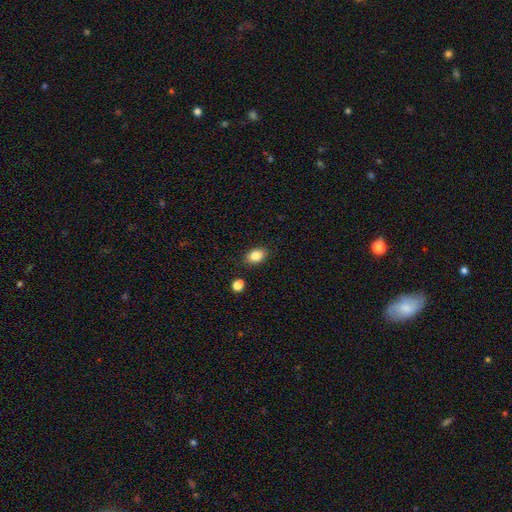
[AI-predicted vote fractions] Smooth or featured?
  - smooth: 84% *
  - star or artifact: 9%
  - featured or disk: 7%
How rounded?
  - in between: 82% *
  - round: 16%
  - cigar-shaped: 1%
Merging?
  - none: 85% *
  - minor disturbance: 10%
  - merger: 3%
  - major disturbance: 2%